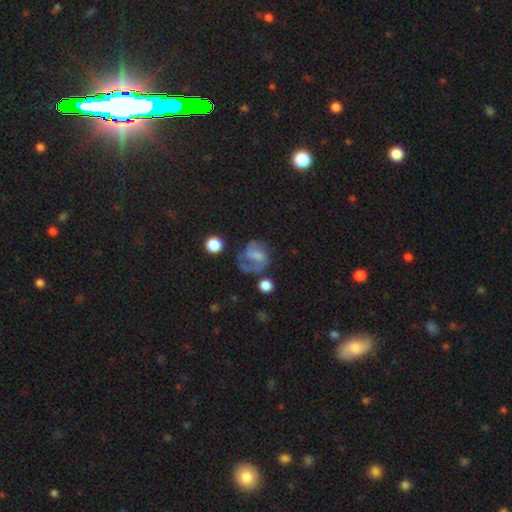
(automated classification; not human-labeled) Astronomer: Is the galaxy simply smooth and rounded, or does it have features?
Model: featured or disk — 58%.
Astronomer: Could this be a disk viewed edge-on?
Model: no — 97%.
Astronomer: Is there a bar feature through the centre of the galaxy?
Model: weak — 39%, tied with no at 39%.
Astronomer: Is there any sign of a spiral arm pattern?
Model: yes — 76%.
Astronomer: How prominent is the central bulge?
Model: none — 49%.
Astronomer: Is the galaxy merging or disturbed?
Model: none — 41% (runner-up: major disturbance, 30%).